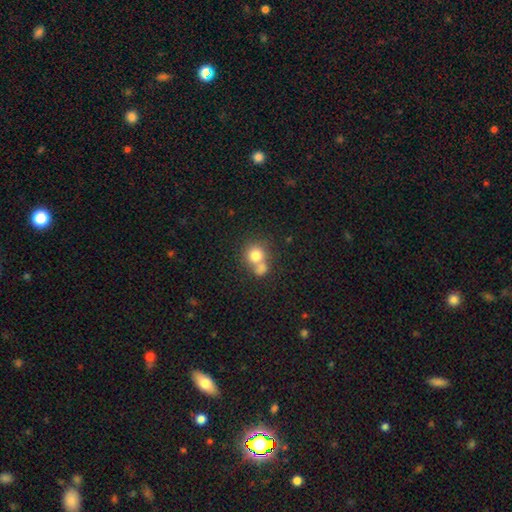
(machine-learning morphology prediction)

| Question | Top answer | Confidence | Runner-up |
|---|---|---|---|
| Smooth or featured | smooth | 78% | featured or disk (11%) |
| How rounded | round | 83% | in between (16%) |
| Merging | merger | 48% | none (39%) |